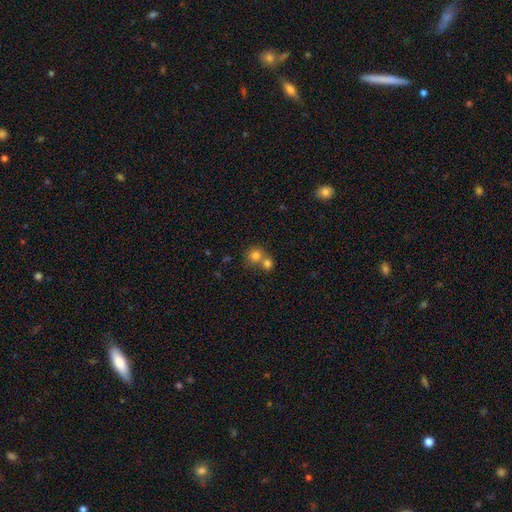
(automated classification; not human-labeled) This is likely a smooth galaxy (79%). How rounded: clearly round (84%). Merging: possibly merger (49%).